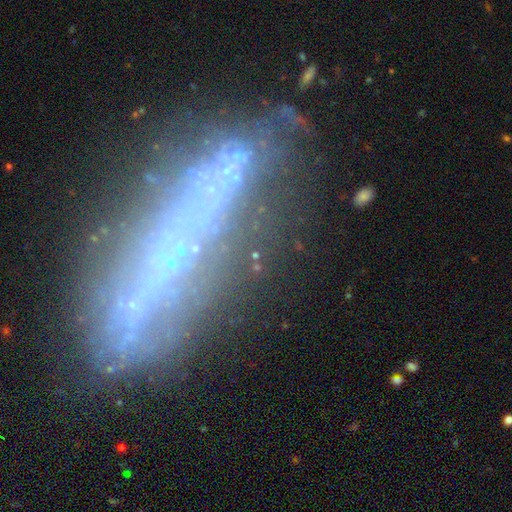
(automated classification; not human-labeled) smooth-or-featured: featured or disk: 43% | star or artifact: 34% | smooth: 23%
  merging: none: 67% | minor disturbance: 17% | major disturbance: 11% | merger: 6%